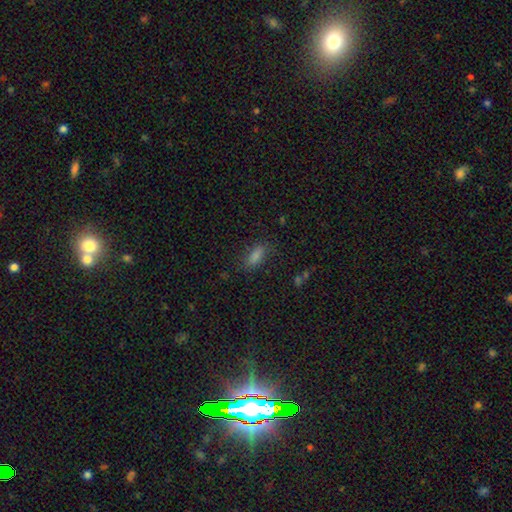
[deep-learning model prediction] The model was most divided on "how rounded": in between: 77%, cigar-shaped: 19%, round: 4%. More confident: merging — none (79%); smooth or featured — smooth (76%).